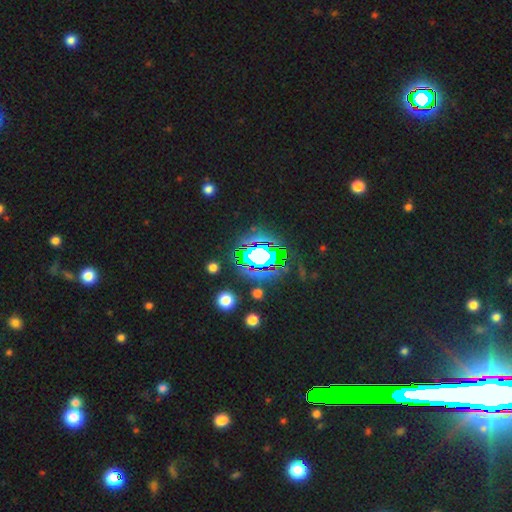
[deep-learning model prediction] Smooth or featured? star or artifact (63%)